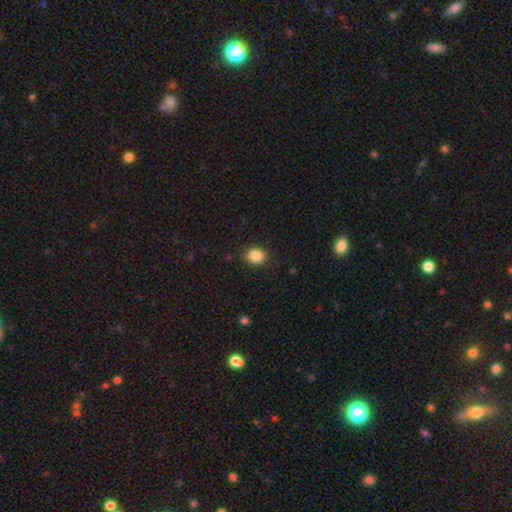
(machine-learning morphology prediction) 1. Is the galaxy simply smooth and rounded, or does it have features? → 87% smooth, 10% star or artifact, 4% featured or disk.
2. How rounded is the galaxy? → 57% round, 43% in between, 1% cigar-shaped.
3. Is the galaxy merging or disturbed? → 87% none, 9% minor disturbance, 3% major disturbance, 1% merger.